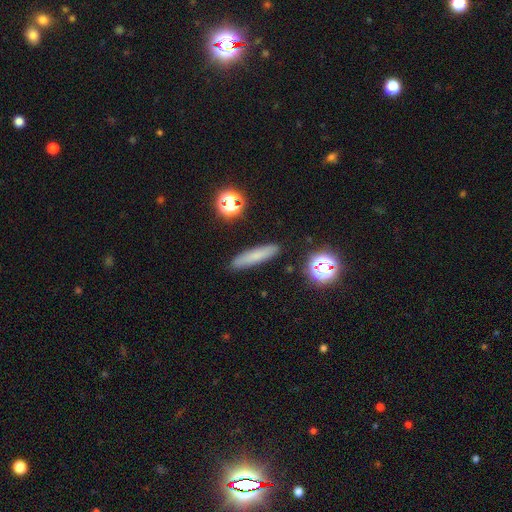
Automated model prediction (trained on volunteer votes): smooth-or-featured: smooth: 74% | featured or disk: 15% | star or artifact: 12%
  how-rounded: cigar-shaped: 83% | in between: 13% | round: 3%
  merging: none: 89% | minor disturbance: 7% | major disturbance: 2% | merger: 2%